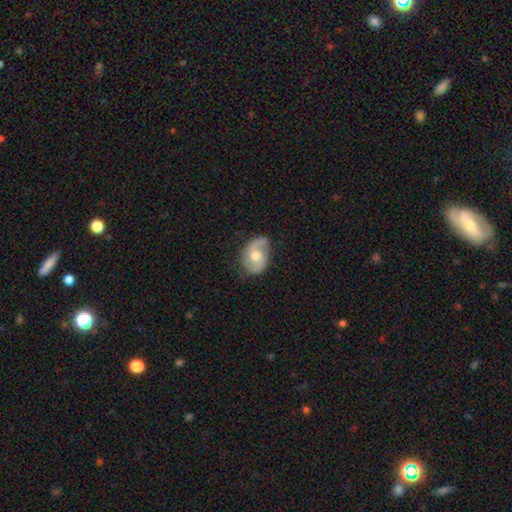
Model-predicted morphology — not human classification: smooth-or-featured: featured or disk: 61% | smooth: 33% | star or artifact: 6%
  disk-edge-on: no: 96% | yes: 4%
    bar: no: 68% | weak: 27% | strong: 4%
    has-spiral-arms: yes: 82% | no: 18%
    bulge-size: moderate: 69% | small: 15% | large: 13% | none: 2% | dominant: 1%
  merging: none: 56% | minor disturbance: 31% | major disturbance: 11% | merger: 2%